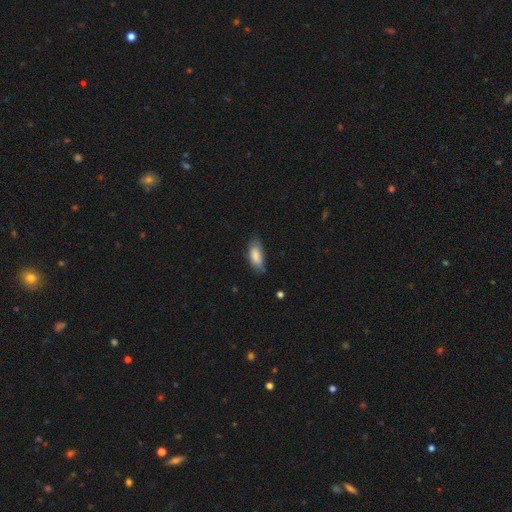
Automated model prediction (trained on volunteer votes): Smooth or featured?
  - smooth: 83% *
  - featured or disk: 10%
  - star or artifact: 7%
How rounded?
  - in between: 85% *
  - cigar-shaped: 13%
  - round: 2%
Merging?
  - none: 61% *
  - minor disturbance: 31%
  - major disturbance: 6%
  - merger: 2%